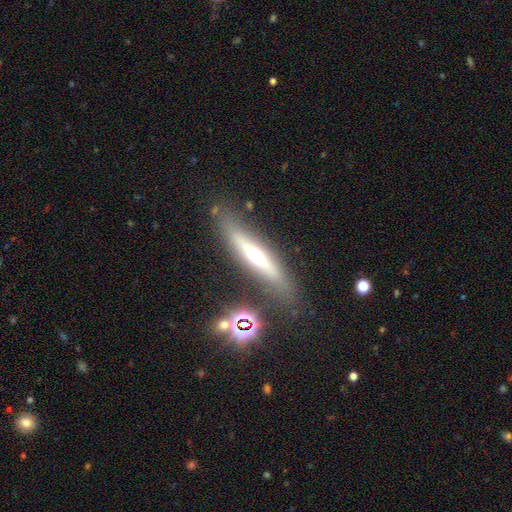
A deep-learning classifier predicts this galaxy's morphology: type=featured or disk (58%); edge-on=yes (86%); edge-on bulge=rounded (84%); merging=none (80%).